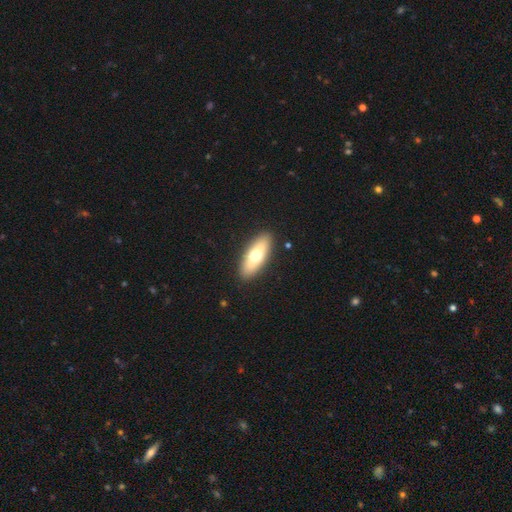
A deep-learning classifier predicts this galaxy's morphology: The model was most divided on "smooth or featured": smooth: 64%, featured or disk: 30%, star or artifact: 6%. More confident: merging — none (90%); how rounded — in between (71%).